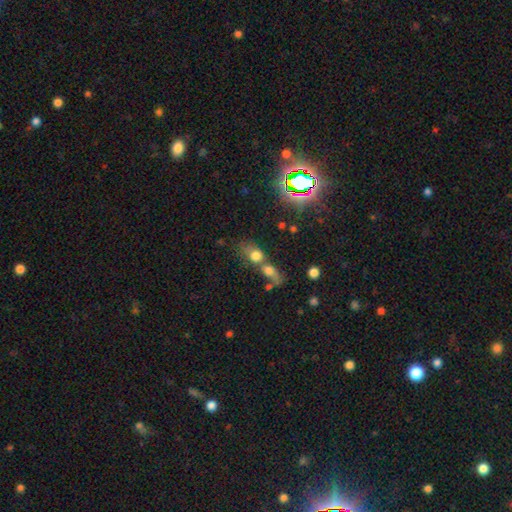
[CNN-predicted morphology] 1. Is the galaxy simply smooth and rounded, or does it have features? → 68% smooth, 16% star or artifact, 15% featured or disk.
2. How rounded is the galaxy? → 53% in between, 40% round, 7% cigar-shaped.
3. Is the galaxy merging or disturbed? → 63% merger, 21% none, 9% major disturbance, 8% minor disturbance.